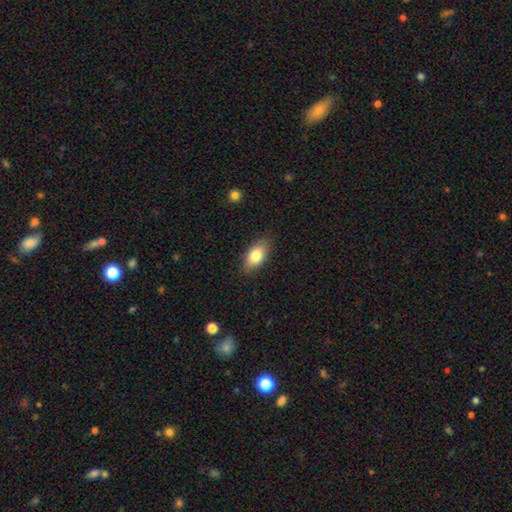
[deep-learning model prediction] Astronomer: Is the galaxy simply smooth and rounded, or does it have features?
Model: smooth — 80%.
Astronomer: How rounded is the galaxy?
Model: in between — 88%.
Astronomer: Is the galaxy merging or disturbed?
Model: none — 84%.